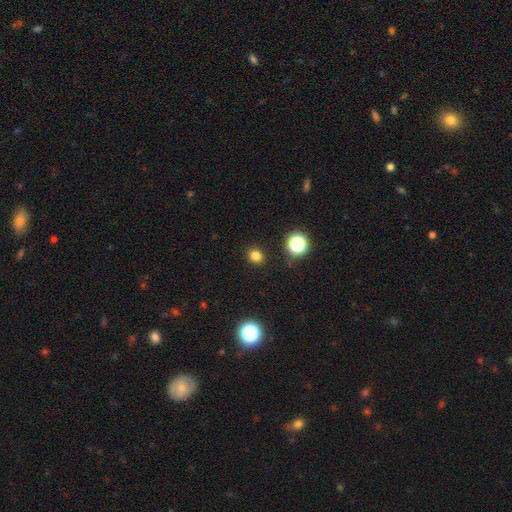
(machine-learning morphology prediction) This appears to be a smooth galaxy with no disk features (79%) that is round (79%). Merging: none (90%).